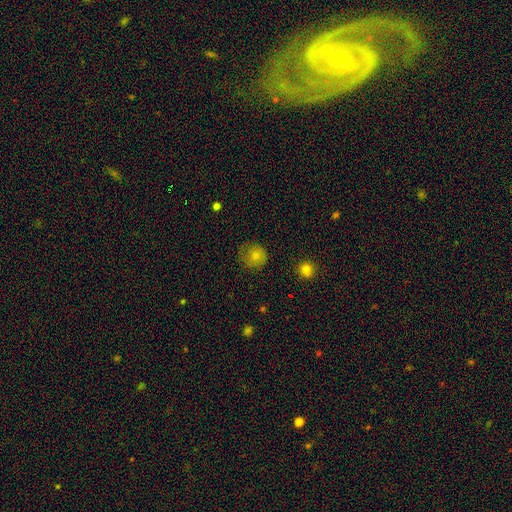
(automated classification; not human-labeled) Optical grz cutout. It shows a smooth galaxy with no disk features (71%) that is round (92%). Merging: none (78%).